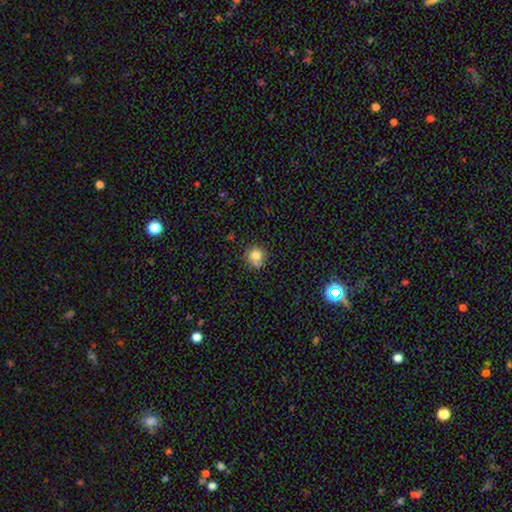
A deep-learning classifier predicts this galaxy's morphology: type=smooth (79%); roundness=round (91%); merging=none (71%).